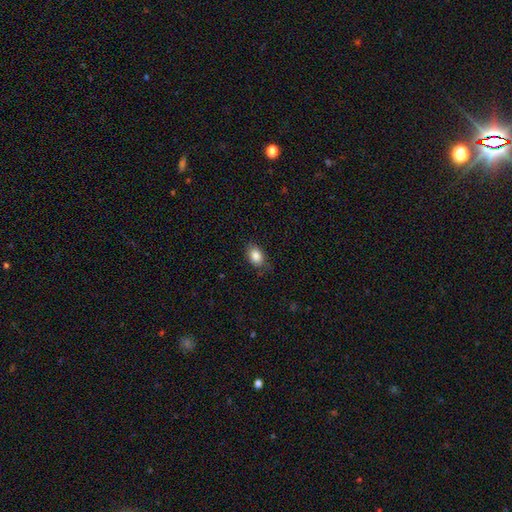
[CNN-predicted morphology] Smooth or featured? smooth (85%)
How rounded? in between (82%)
Merging? none (77%)